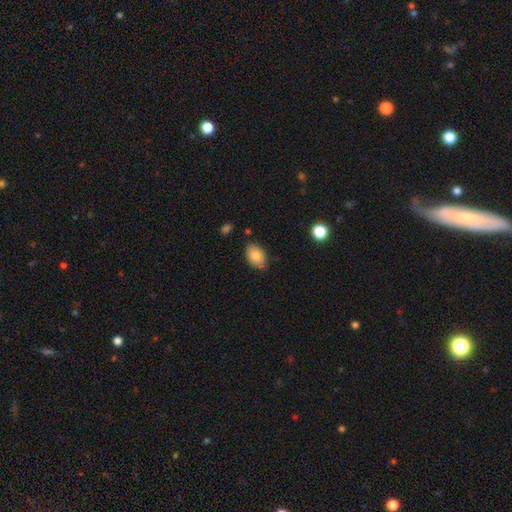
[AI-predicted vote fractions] Q: Smooth or featured?
A: smooth (84%); runner-up: featured or disk (9%)
Q: How rounded?
A: in between (85%); runner-up: round (14%)
Q: Merging?
A: none (79%); runner-up: minor disturbance (16%)